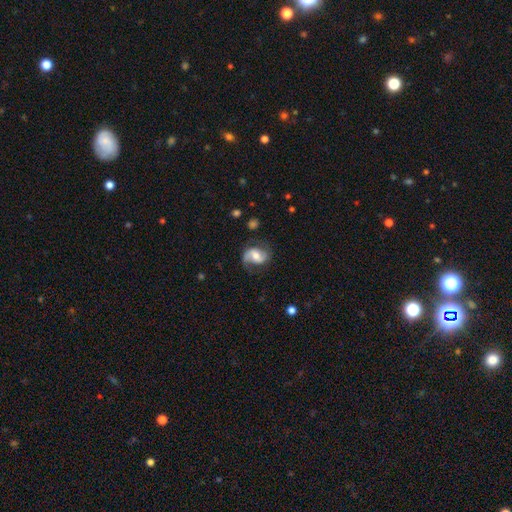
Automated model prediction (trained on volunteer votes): Smooth or featured: featured or disk — 69% (smooth — 24%)
Edge-on disk: no — 97% (yes — 3%)
Bar: weak — 42% (no — 37%)
Spiral arms: yes — 90% (no — 10%)
Spiral winding: medium — 43% (loose — 40%)
Spiral arm count: 2 — 83% (1 — 9%)
Bulge size: moderate — 63% (small — 23%)
Merging: none — 68% (minor disturbance — 20%)